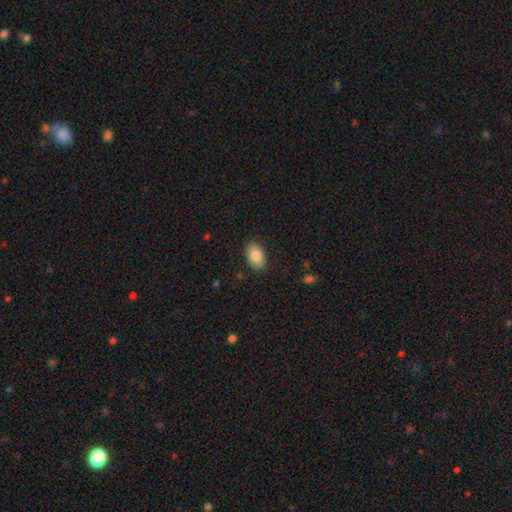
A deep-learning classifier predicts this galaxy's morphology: smooth_or_featured: smooth (p=0.84) [alt: featured or disk p=0.09]
how_rounded: in between (p=0.89) [alt: round p=0.10]
merging: none (p=0.87) [alt: minor disturbance p=0.10]